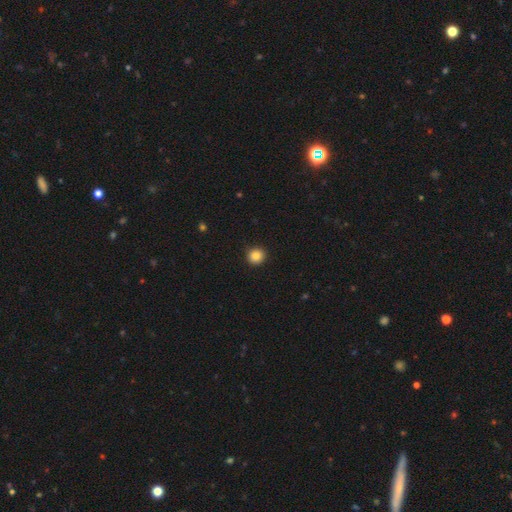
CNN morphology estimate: Smooth or featured: smooth — 85% (star or artifact — 10%)
How rounded: round — 93% (in between — 6%)
Merging: none — 92% (minor disturbance — 6%)